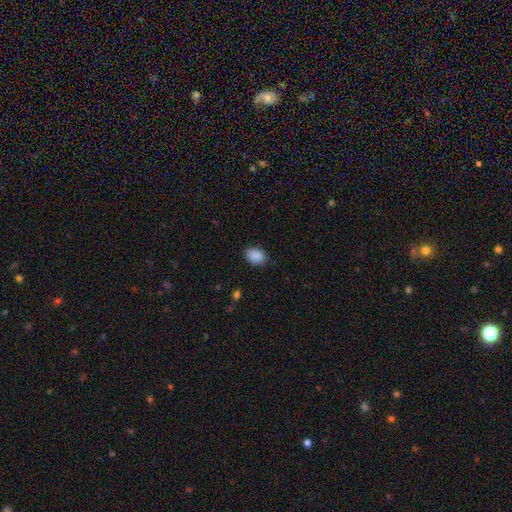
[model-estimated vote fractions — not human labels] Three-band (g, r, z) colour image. It shows a smooth galaxy with no disk features (89%) that is in between round and cigar-shaped (75%). Merging: none (83%).